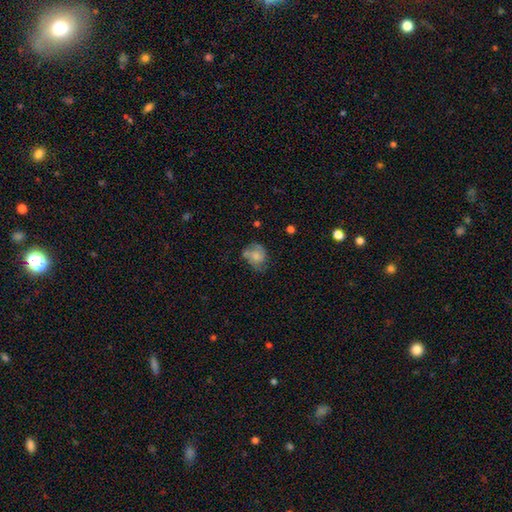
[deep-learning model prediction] A smooth galaxy with no disk features (59%) that is round (54%). Merging: none (44%).